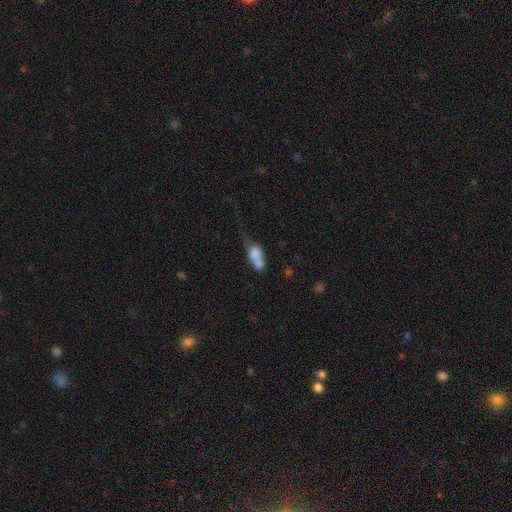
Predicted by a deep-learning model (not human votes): The model was most divided on "merging": merger: 52%, none: 18%, major disturbance: 16%, minor disturbance: 14%. More confident: how rounded — in between (66%); smooth or featured — smooth (66%).